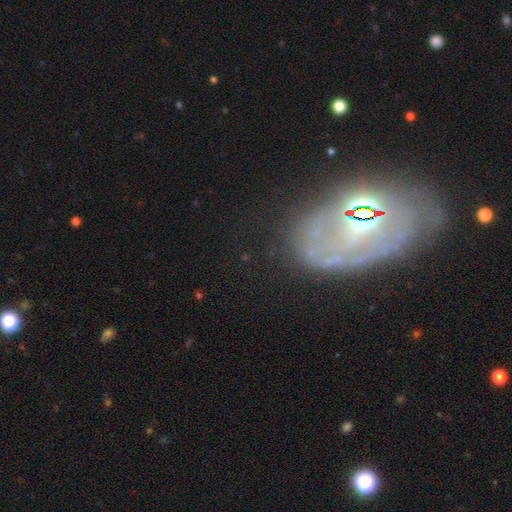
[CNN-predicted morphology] Overall: featured or disk (68%). Edge-on disk: no (93%). Bar: no (62%; weak 26%). Spiral arms: yes (57%; no 43%). Bulge size: small (42%; moderate 38%). Merging: none (62%).